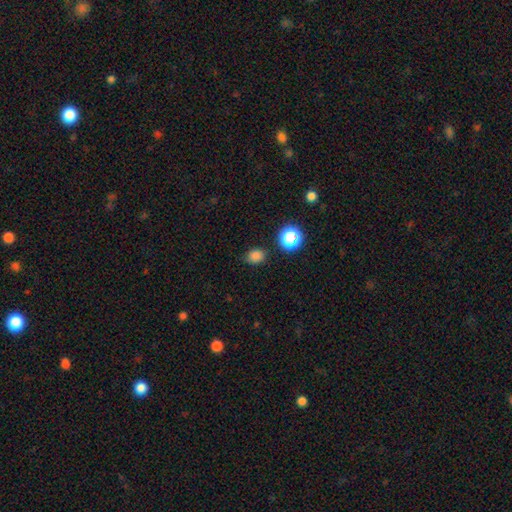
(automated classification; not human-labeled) This appears to be a smooth galaxy with no disk features (79%) that is round (51%). Merging: none (78%).